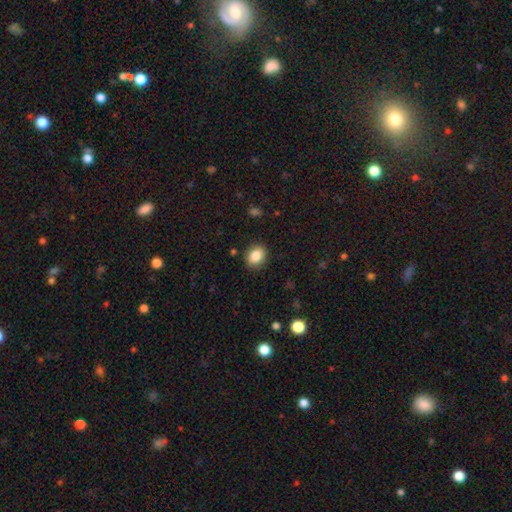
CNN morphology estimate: A smooth galaxy with no disk features (85%) that is in between round and cigar-shaped (51%). Merging: none (89%).